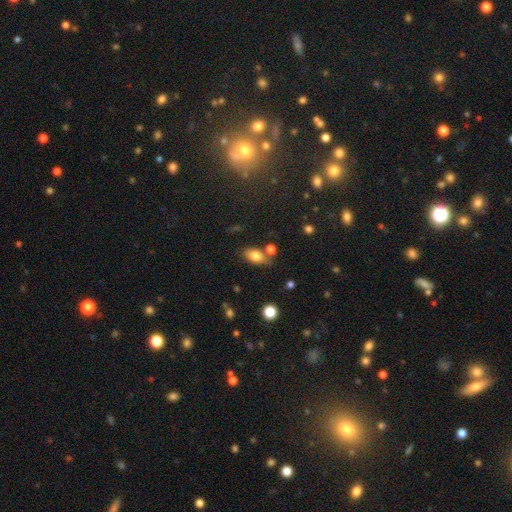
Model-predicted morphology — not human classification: smooth 80%, featured or disk 11%, star or artifact 9%. Down the decision tree: how rounded — in between (88%); merging — none (69%).